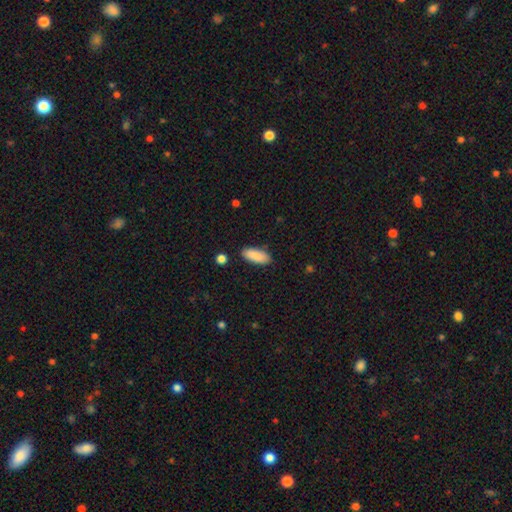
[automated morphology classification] smooth 89%, star or artifact 6%, featured or disk 5%. Down the decision tree: how rounded — in between (80%); merging — none (86%).